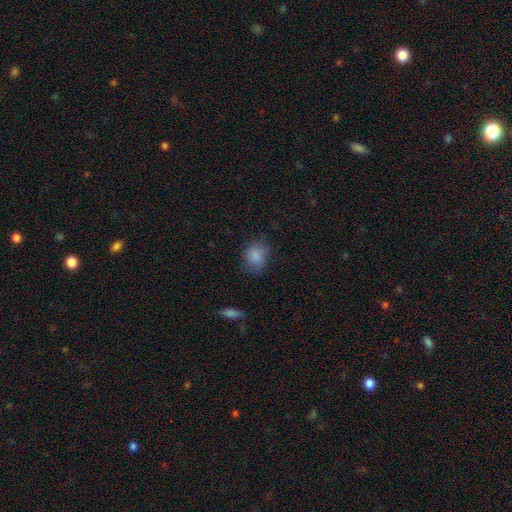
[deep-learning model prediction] Overall: smooth (84%). How rounded: round (50%; in between 49%). Merging: none (68%).